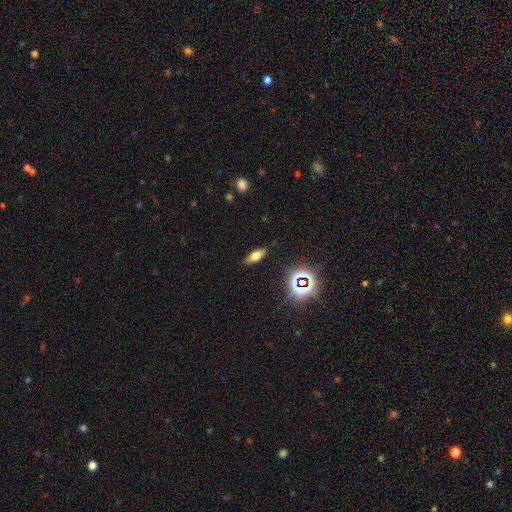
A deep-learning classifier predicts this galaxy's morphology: Overall: smooth (56%; featured or disk 27%). How rounded: in between (61%; cigar-shaped 34%). Merging: none (86%).